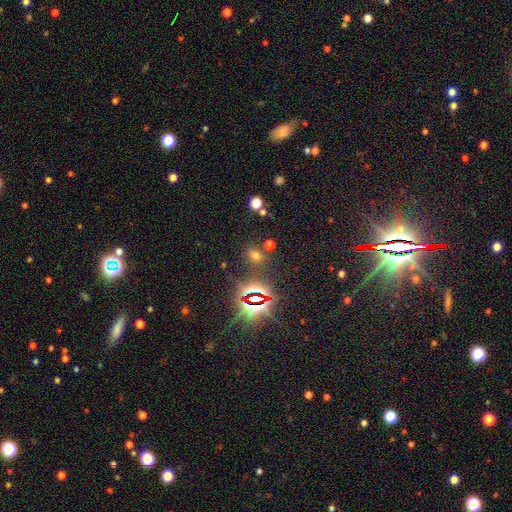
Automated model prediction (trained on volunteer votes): Overall: smooth (52%; star or artifact 40%). How rounded: round (59%; in between 40%). Merging: none (79%).